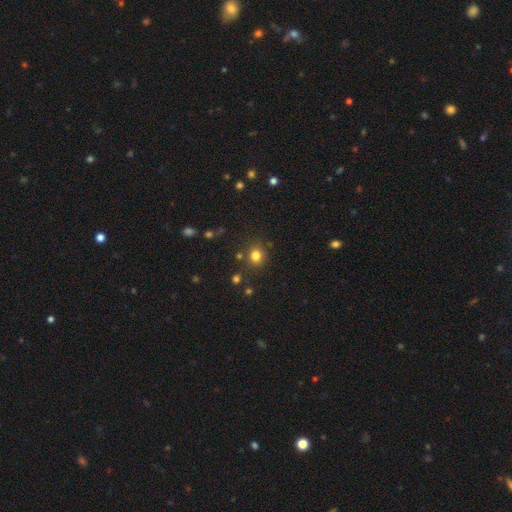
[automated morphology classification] A smooth galaxy with no disk features (79%) that is round (84%).

Vote fractions:
- Smooth or featured? smooth: 79% / star or artifact: 15% / featured or disk: 6%
- How rounded? round: 84% / in between: 15% / cigar-shaped: 1%
- Merging? none: 83% / minor disturbance: 9% / merger: 5% / major disturbance: 3%